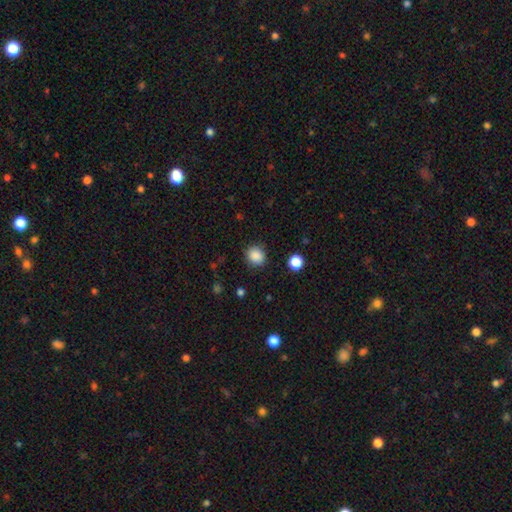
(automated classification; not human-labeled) A smooth galaxy with no disk features (87%) that is round (79%).

Vote fractions:
- Smooth or featured? smooth: 87% / star or artifact: 10% / featured or disk: 3%
- How rounded? round: 79% / in between: 20% / cigar-shaped: 1%
- Merging? none: 86% / minor disturbance: 9% / major disturbance: 3% / merger: 2%